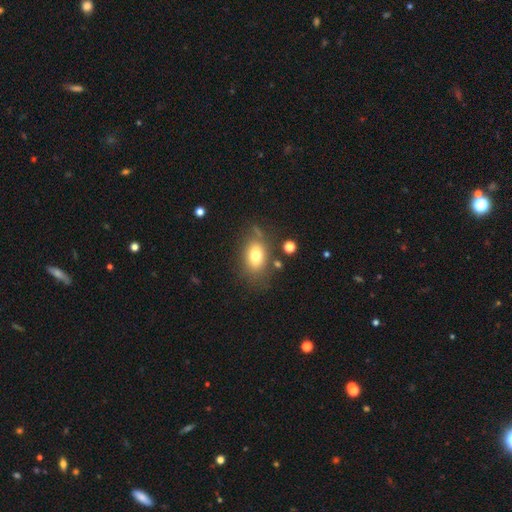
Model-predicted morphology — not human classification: A smooth galaxy with no disk features (74%) that is in between round and cigar-shaped (81%). Merging: none (67%).